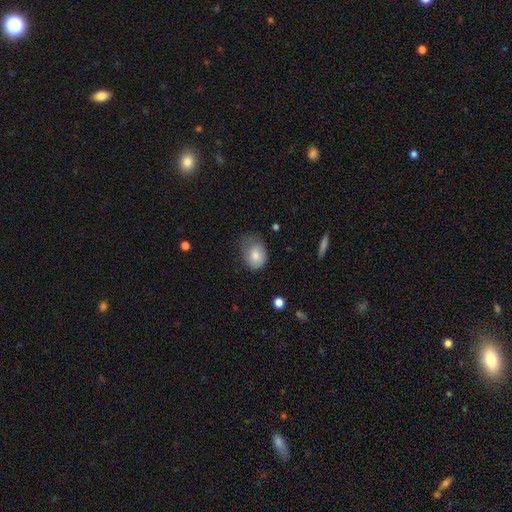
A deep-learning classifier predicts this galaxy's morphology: Smooth or featured: smooth — 81% (featured or disk — 11%)
How rounded: in between — 65% (round — 34%)
Merging: minor disturbance — 39% (none — 37%)